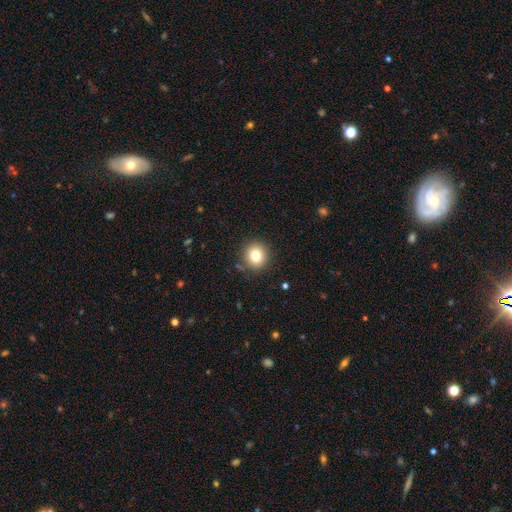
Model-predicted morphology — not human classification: Smooth or featured? Predicted: smooth (p=0.79). How rounded? Predicted: round (p=0.89). Merging? Predicted: none (p=0.88).